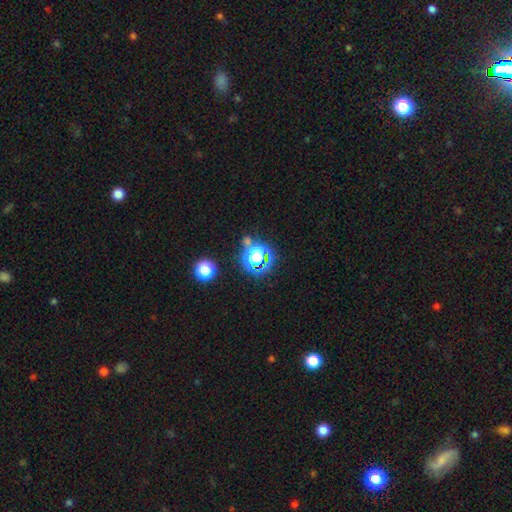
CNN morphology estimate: This is possibly a star or artifact rather than a galaxy (46%).